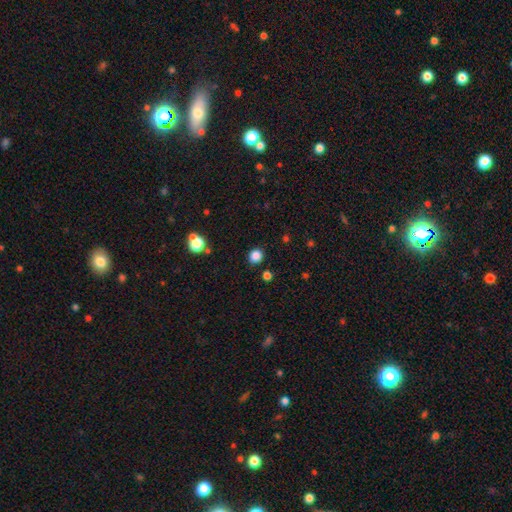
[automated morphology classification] This is clearly a smooth galaxy (84%). How rounded: clearly round (88%). Merging: clearly none (90%).